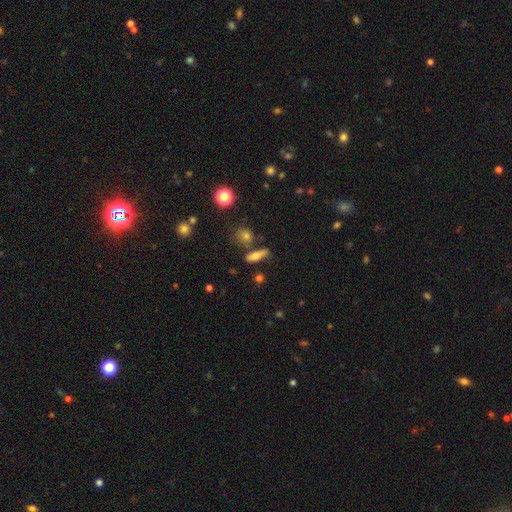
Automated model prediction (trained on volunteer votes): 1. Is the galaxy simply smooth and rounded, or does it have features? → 67% smooth, 22% featured or disk, 12% star or artifact.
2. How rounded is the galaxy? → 48% cigar-shaped, 44% in between, 8% round.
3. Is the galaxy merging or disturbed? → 65% none, 17% minor disturbance, 12% merger, 6% major disturbance.